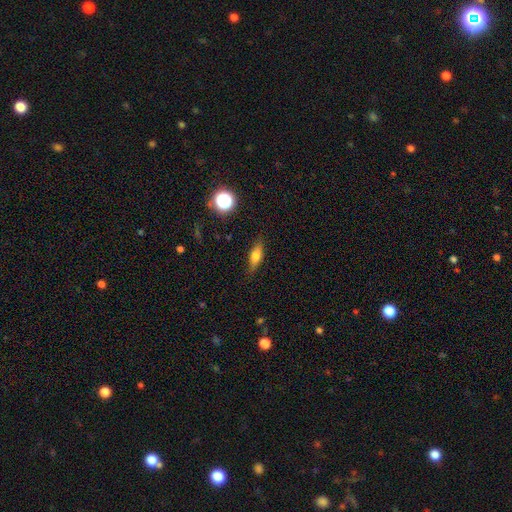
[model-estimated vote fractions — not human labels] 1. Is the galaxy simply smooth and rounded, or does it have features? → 59% smooth, 31% featured or disk, 10% star or artifact.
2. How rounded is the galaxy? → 53% in between, 41% cigar-shaped, 7% round.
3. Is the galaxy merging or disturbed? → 81% none, 14% minor disturbance, 4% major disturbance, 1% merger.